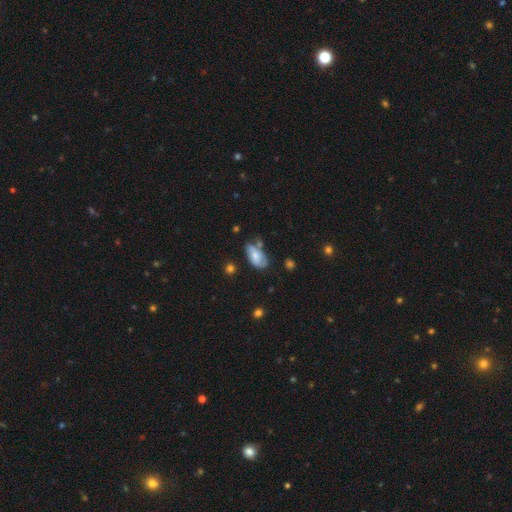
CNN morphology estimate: A smooth galaxy with no disk features (58%) that is in between round and cigar-shaped (91%). Merging: none (46%).